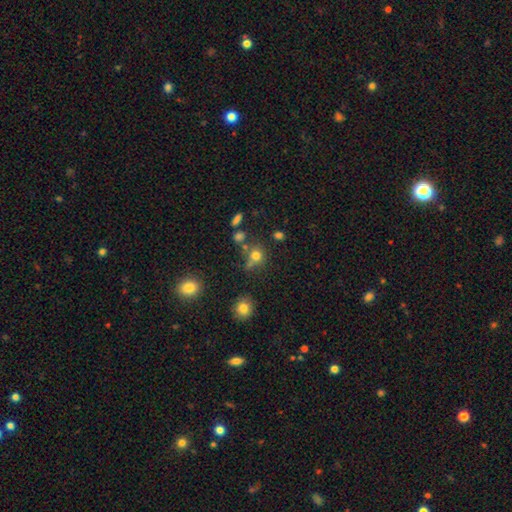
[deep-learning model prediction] smooth 74%, star or artifact 16%, featured or disk 10%. Down the decision tree: how rounded — round (83%); merging — none (59%).